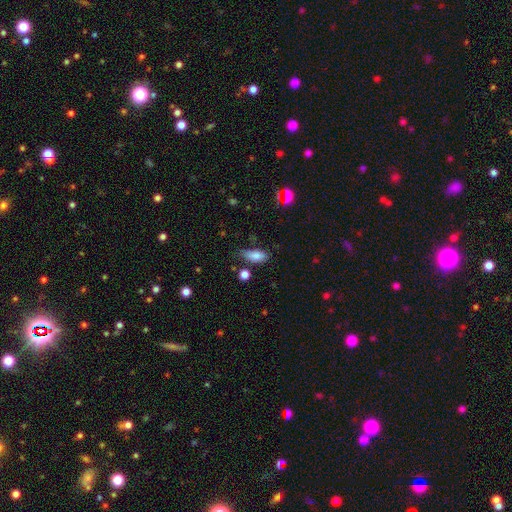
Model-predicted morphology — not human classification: smooth_or_featured: smooth (p=0.81) [alt: featured or disk p=0.10]
how_rounded: in between (p=0.80) [alt: cigar-shaped p=0.17]
merging: none (p=0.57) [alt: minor disturbance p=0.31]